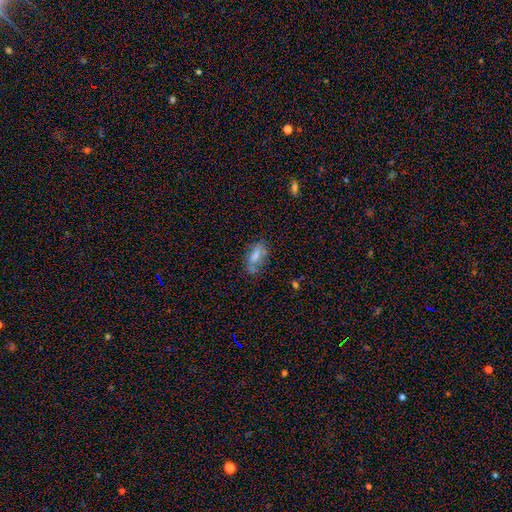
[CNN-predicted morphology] Smooth or featured?
  - smooth: 65% *
  - featured or disk: 24%
  - star or artifact: 11%
How rounded?
  - in between: 81% *
  - cigar-shaped: 15%
  - round: 4%
Merging?
  - none: 57% *
  - minor disturbance: 26%
  - major disturbance: 12%
  - merger: 5%